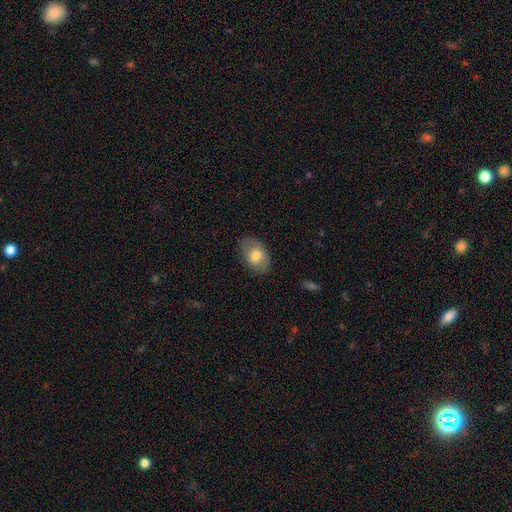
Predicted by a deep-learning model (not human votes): A smooth galaxy with no disk features (72%) that is in between round and cigar-shaped (87%).

Vote fractions:
- Smooth or featured? smooth: 72% / featured or disk: 22% / star or artifact: 7%
- How rounded? in between: 87% / round: 12% / cigar-shaped: 1%
- Merging? none: 83% / minor disturbance: 12% / major disturbance: 3% / merger: 1%